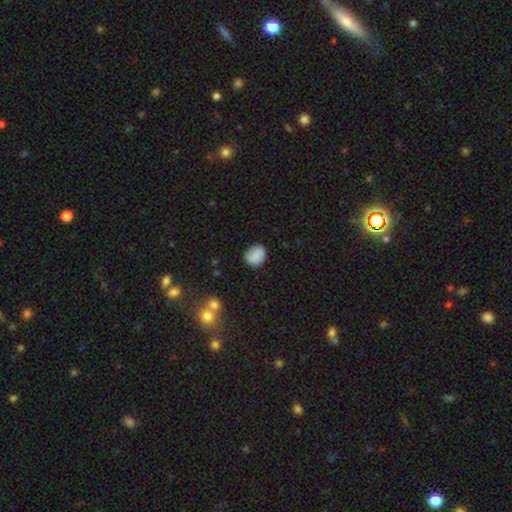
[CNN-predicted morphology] smooth-or-featured: smooth: 83% | featured or disk: 9% | star or artifact: 8%
  how-rounded: round: 58% | in between: 41% | cigar-shaped: 1%
  merging: none: 77% | minor disturbance: 17% | major disturbance: 4% | merger: 2%